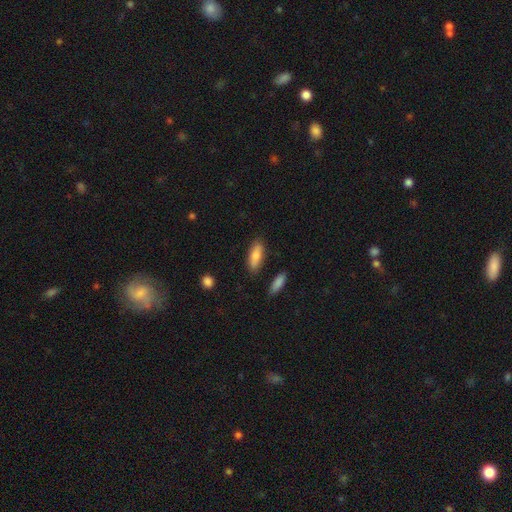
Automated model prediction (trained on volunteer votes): Smooth or featured? Predicted: smooth (p=0.80). How rounded? Predicted: in between (p=0.68). Merging? Predicted: none (p=0.84).